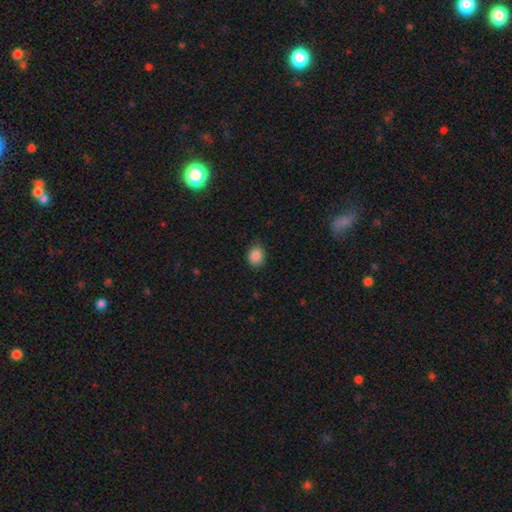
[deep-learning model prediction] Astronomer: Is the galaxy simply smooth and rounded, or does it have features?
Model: smooth — 86%.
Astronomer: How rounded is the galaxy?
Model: round — 57% (runner-up: in between, 43%).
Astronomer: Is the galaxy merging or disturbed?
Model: none — 86%.